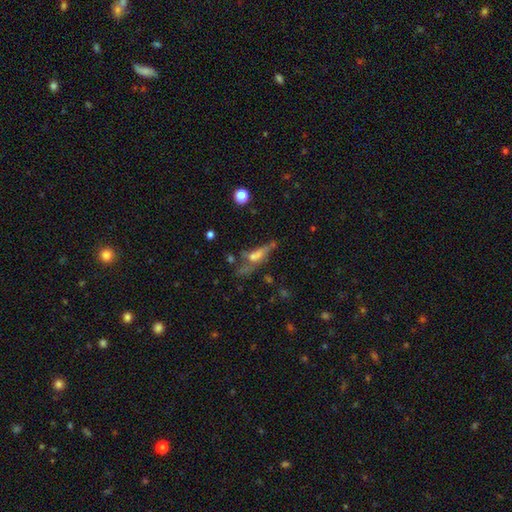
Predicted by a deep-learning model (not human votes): This is marginally a smooth galaxy (44%). Merging: marginally none (37%).